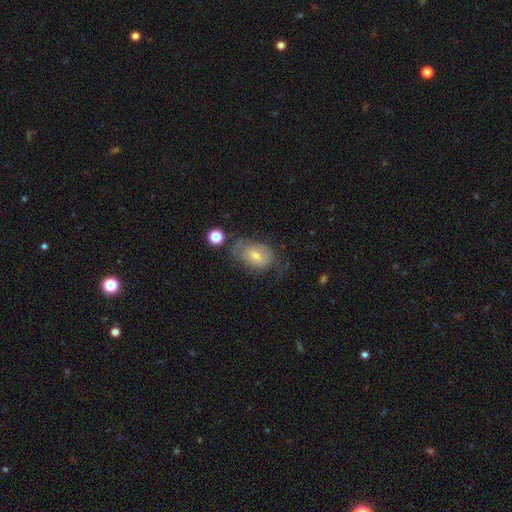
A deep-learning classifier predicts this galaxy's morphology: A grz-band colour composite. It shows a smooth galaxy with no disk features (63%) that is in between round and cigar-shaped (74%). Merging: none (42%).